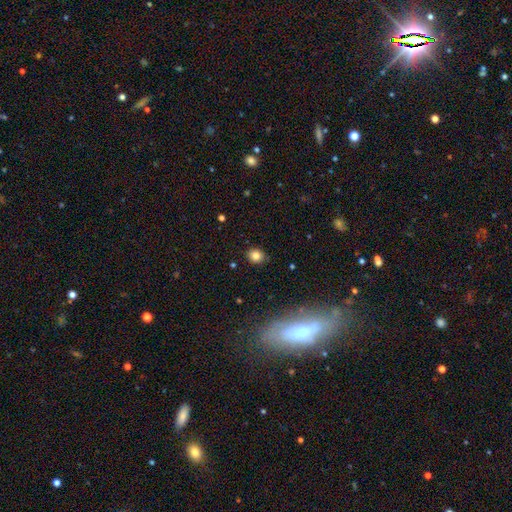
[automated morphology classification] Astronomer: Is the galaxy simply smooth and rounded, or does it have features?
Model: smooth — 80%.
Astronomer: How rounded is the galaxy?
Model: round — 69%.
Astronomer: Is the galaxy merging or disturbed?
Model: none — 87%.